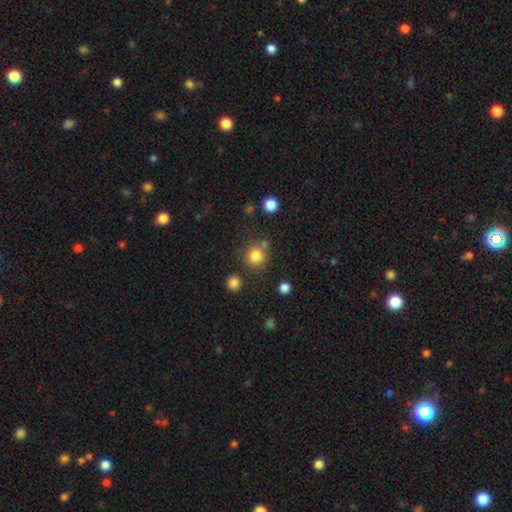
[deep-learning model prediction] Overall: smooth (81%). How rounded: round (90%). Merging: none (73%).